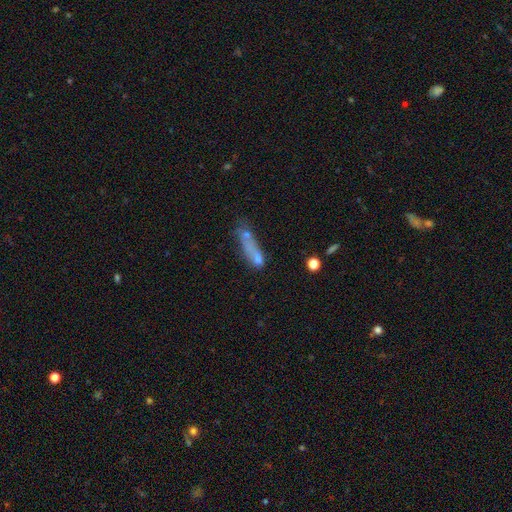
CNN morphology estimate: Smooth or featured? smooth (59%)
How rounded? cigar-shaped (53%)
Merging? merger (28%, tied with none)